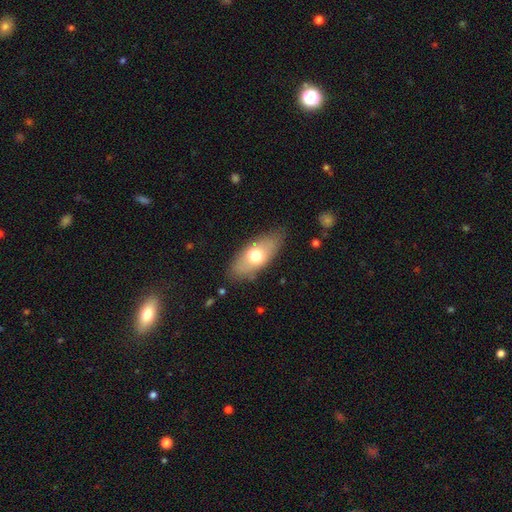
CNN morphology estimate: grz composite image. It shows a smooth galaxy with no disk features (64%) that is in between round and cigar-shaped (83%). Merging: none (80%).